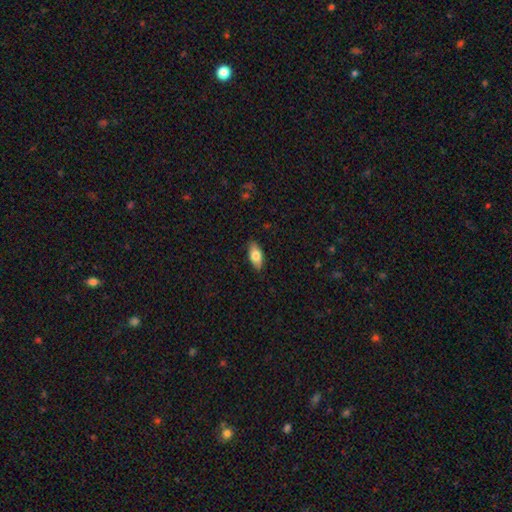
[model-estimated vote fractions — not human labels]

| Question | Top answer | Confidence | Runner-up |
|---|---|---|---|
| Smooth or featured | smooth | 76% | featured or disk (17%) |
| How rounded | in between | 87% | cigar-shaped (10%) |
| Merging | none | 87% | minor disturbance (10%) |